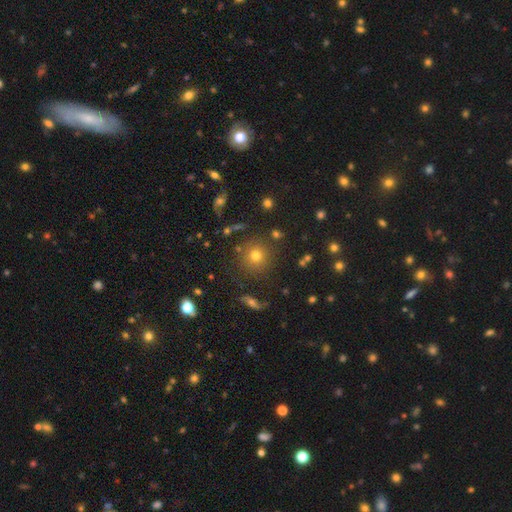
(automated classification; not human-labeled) Smooth or featured? smooth (70%)
How rounded? round (93%)
Merging? none (84%)